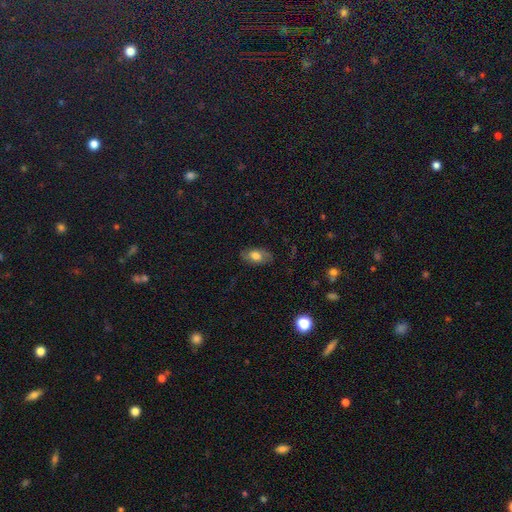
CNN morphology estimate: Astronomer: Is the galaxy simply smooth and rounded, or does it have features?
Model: smooth — 65%.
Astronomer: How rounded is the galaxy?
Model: in between — 90%.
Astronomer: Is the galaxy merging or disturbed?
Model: none — 77%.